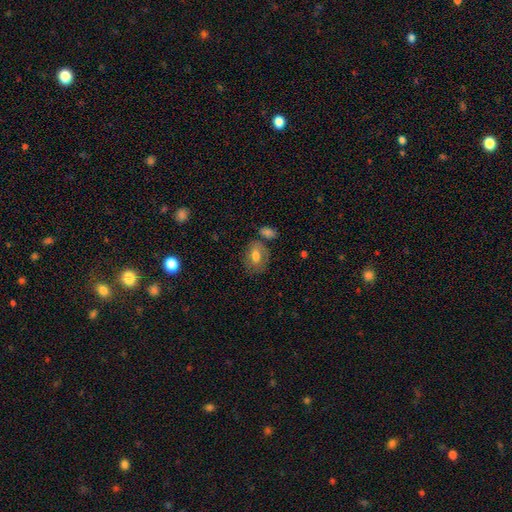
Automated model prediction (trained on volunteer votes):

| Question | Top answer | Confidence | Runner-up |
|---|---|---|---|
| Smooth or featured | smooth | 68% | featured or disk (24%) |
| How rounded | in between | 74% | round (24%) |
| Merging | none | 60% | minor disturbance (20%) |